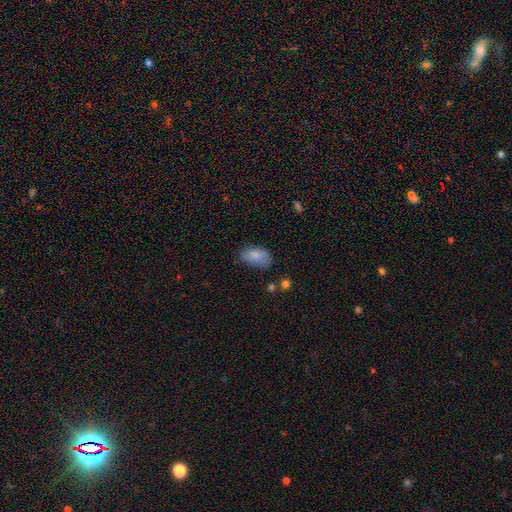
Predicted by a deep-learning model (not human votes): A smooth galaxy with no disk features (83%) that is in between round and cigar-shaped (93%).

Vote fractions:
- Smooth or featured? smooth: 83% / featured or disk: 9% / star or artifact: 8%
- How rounded? in between: 93% / round: 5% / cigar-shaped: 2%
- Merging? none: 61% / minor disturbance: 28% / major disturbance: 7% / merger: 3%